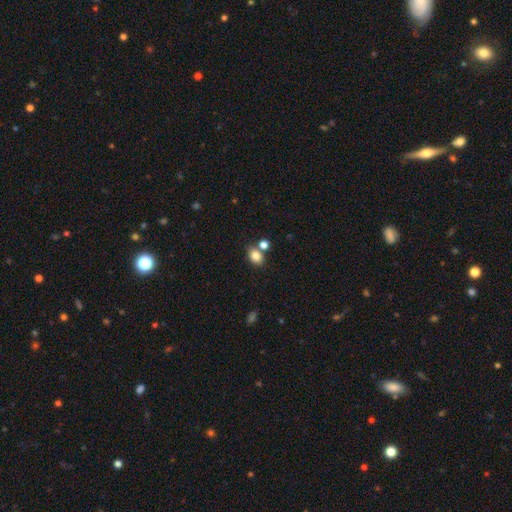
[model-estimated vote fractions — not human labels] Q: Smooth or featured?
A: smooth (82%); runner-up: star or artifact (11%)
Q: How rounded?
A: in between (68%); runner-up: round (31%)
Q: Merging?
A: none (62%); runner-up: merger (23%)